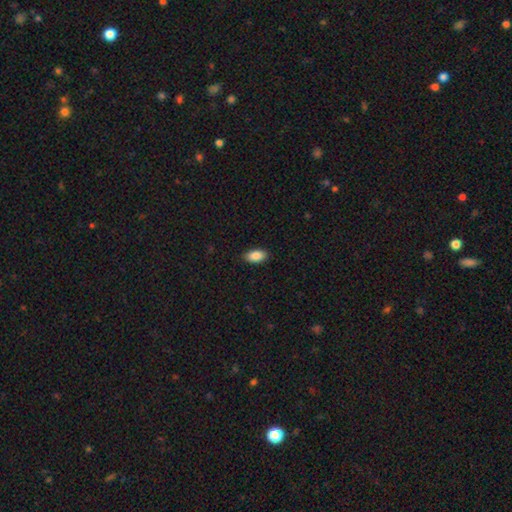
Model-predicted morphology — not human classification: The model was most divided on "merging": none: 88%, minor disturbance: 9%, major disturbance: 2%, merger: 1%. More confident: how rounded — in between (93%); smooth or featured — smooth (88%).